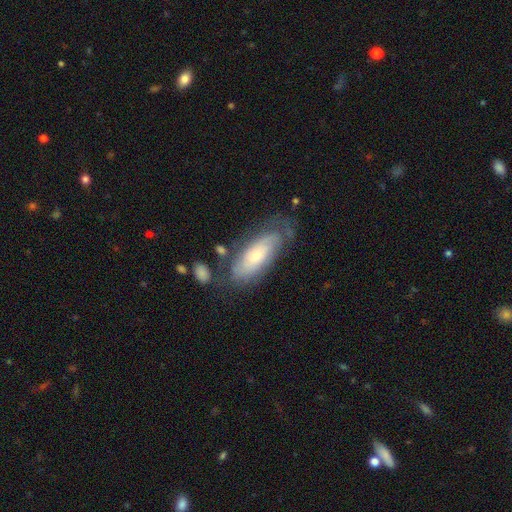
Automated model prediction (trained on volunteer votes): Smooth or featured? Predicted: featured or disk (p=0.50). Edge-on disk? Predicted: no (p=0.83). Merging? Predicted: none (p=0.58).